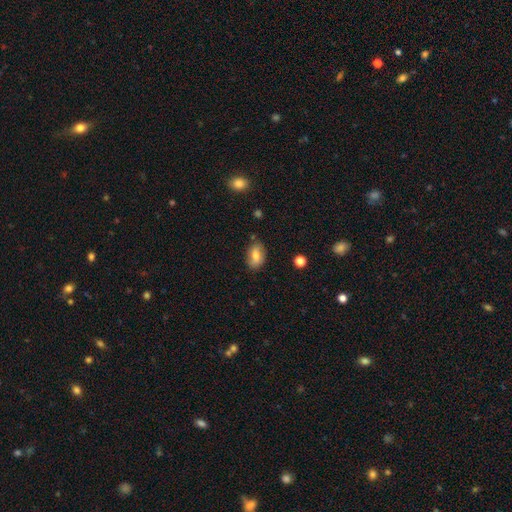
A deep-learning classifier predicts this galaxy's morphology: Overall: smooth (76%). How rounded: in between (88%). Merging: none (77%).